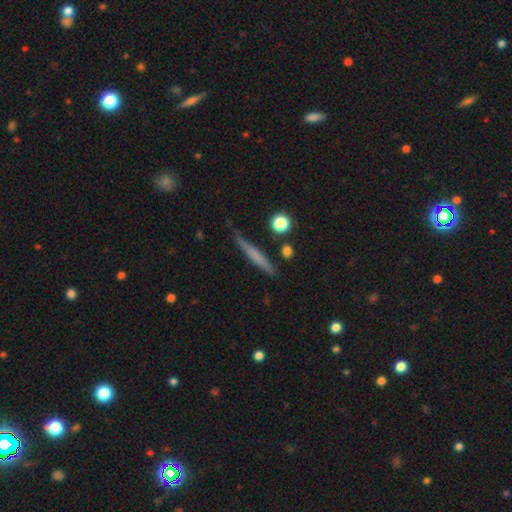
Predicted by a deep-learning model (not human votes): Morphology: type=smooth (53%); roundness=cigar-shaped (93%); merging=none (80%).